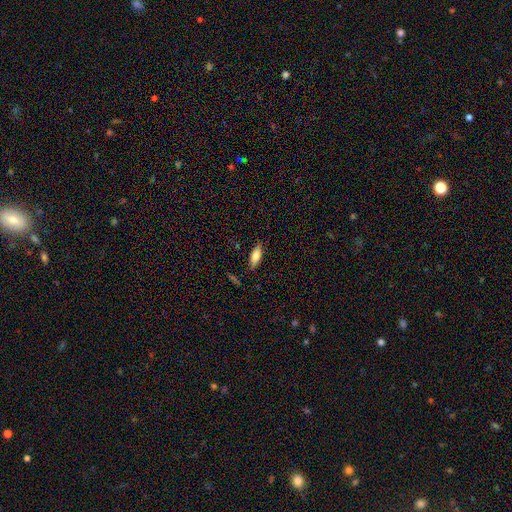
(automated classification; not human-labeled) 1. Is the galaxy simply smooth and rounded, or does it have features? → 76% smooth, 17% featured or disk, 7% star or artifact.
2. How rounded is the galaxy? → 68% in between, 30% cigar-shaped, 2% round.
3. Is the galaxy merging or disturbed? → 84% none, 12% minor disturbance, 2% major disturbance, 1% merger.